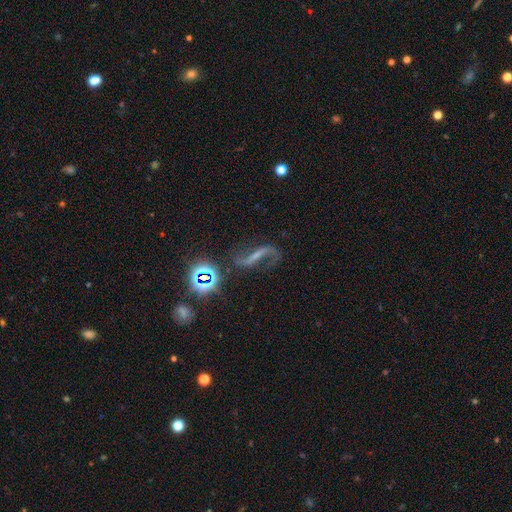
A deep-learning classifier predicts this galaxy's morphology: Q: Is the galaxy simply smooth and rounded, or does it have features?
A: featured or disk — 76%.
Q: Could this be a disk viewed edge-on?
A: no — 93%.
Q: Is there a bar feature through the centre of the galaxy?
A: strong — 56%.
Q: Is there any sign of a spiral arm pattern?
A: yes — 93%.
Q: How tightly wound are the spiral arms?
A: loose — 81%.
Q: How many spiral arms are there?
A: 2 — 89%.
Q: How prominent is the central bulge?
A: small — 45%.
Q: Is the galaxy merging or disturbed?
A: none — 67%.